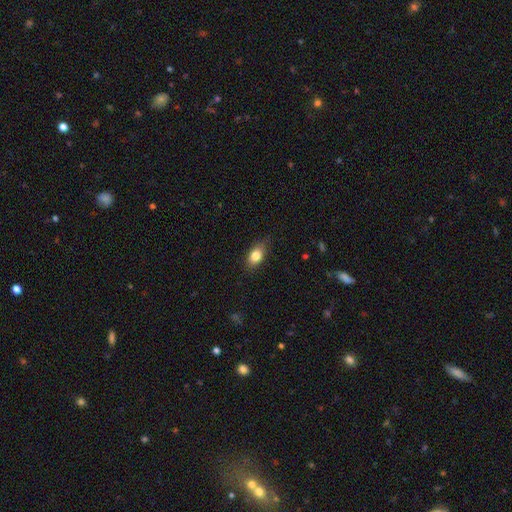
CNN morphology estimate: A smooth galaxy with no disk features (82%) that is in between round and cigar-shaped (83%).

Vote fractions:
- Smooth or featured? smooth: 82% / featured or disk: 10% / star or artifact: 8%
- How rounded? in between: 83% / round: 13% / cigar-shaped: 4%
- Merging? none: 77% / minor disturbance: 18% / major disturbance: 4% / merger: 1%